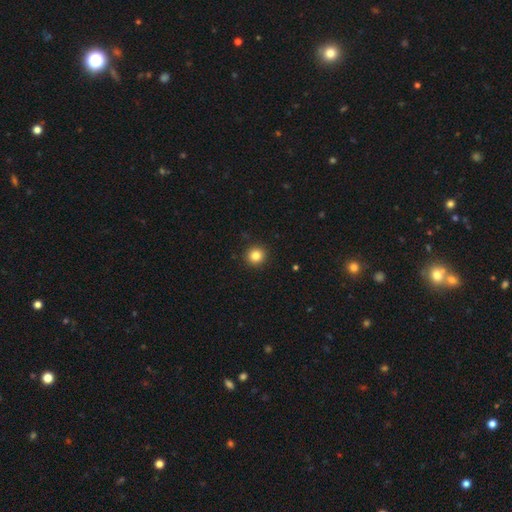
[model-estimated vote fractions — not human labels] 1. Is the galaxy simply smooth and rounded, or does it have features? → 83% smooth, 11% star or artifact, 5% featured or disk.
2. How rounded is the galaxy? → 93% round, 6% in between, 1% cigar-shaped.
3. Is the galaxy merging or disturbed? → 93% none, 5% minor disturbance, 2% major disturbance, 1% merger.